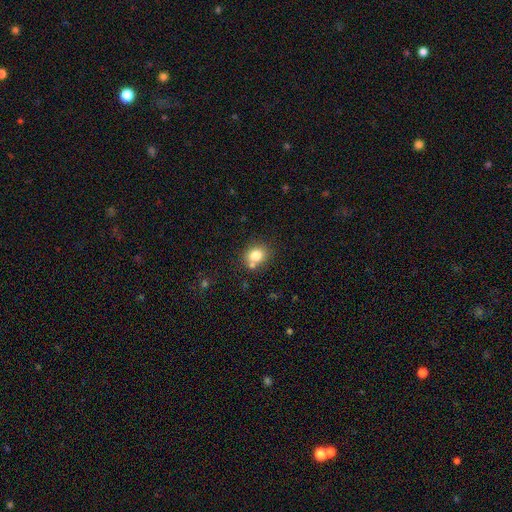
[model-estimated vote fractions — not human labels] A smooth galaxy with no disk features (80%) that is round (66%). Merging: none (66%).